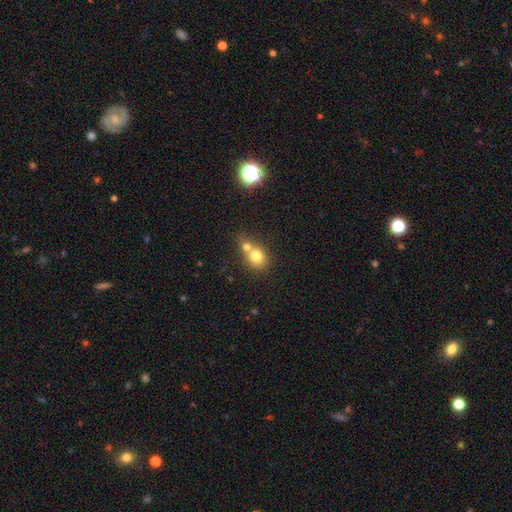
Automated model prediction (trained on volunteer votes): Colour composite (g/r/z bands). It shows a smooth galaxy with no disk features (75%) that is round (68%). Merging: merger (57%).